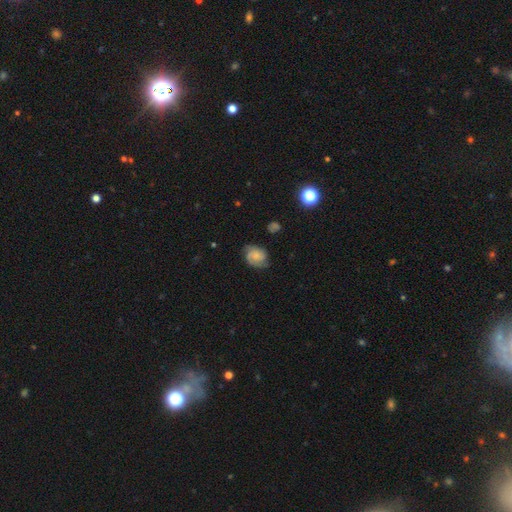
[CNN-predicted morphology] featured or disk 52%, smooth 39%, star or artifact 9%. Down the decision tree: edge-on disk — no (97%); bar — no (69%); spiral arms — yes (89%); bulge size — small (47%); merging — none (67%).